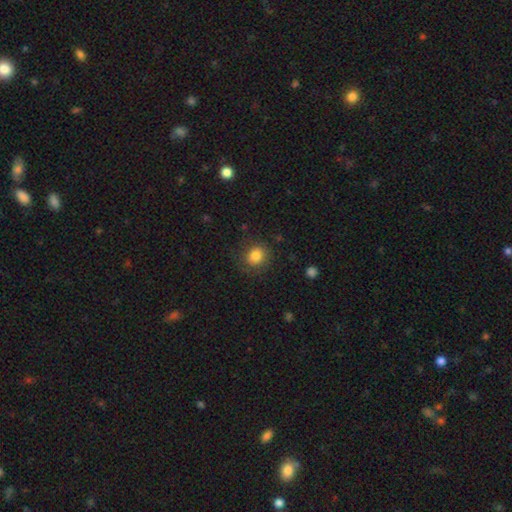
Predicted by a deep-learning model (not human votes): smooth_or_featured: smooth (p=0.82) [alt: star or artifact p=0.11]
how_rounded: round (p=0.81) [alt: in between p=0.18]
merging: none (p=0.82) [alt: minor disturbance p=0.12]